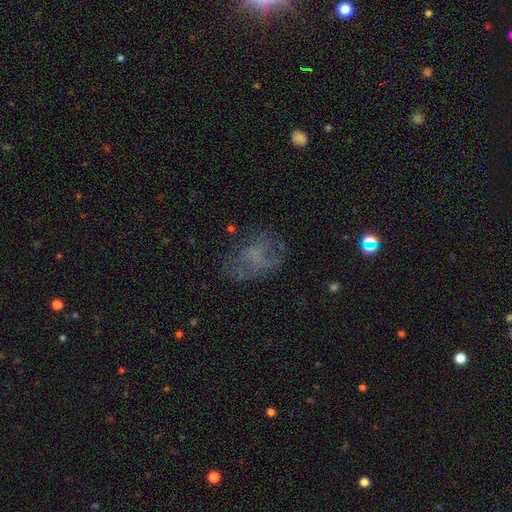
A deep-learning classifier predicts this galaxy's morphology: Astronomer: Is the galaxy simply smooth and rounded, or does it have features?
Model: featured or disk — 41% (runner-up: smooth, 40%).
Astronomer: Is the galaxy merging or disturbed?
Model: none — 48% (runner-up: major disturbance, 28%).